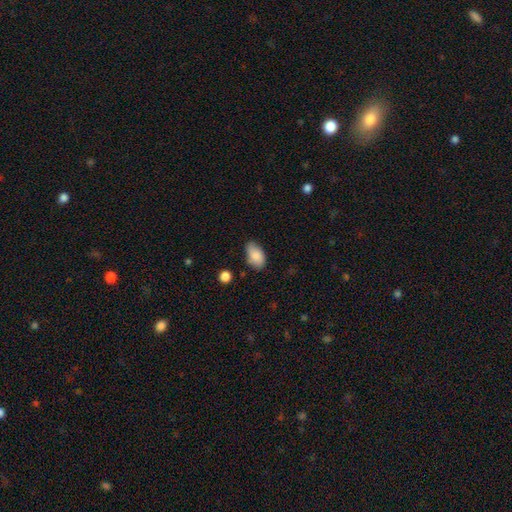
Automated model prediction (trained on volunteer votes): Smooth or featured: smooth — 85% (featured or disk — 8%)
How rounded: in between — 92% (round — 6%)
Merging: none — 65% (minor disturbance — 27%)